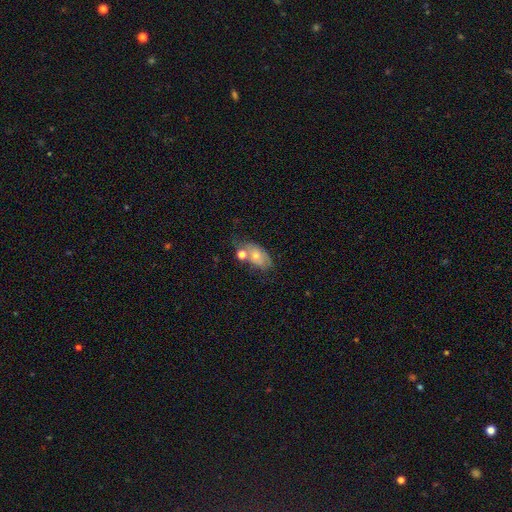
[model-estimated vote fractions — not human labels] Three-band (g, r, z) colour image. It shows a smooth galaxy with no disk features (53%) that is in between round and cigar-shaped (84%). Merging: none (47%).